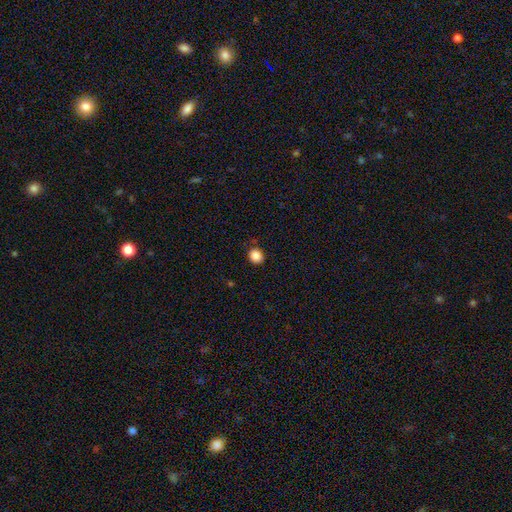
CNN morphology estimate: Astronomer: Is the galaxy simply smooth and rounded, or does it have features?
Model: smooth — 86%.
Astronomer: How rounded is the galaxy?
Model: round — 78%.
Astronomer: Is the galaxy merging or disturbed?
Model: none — 87%.